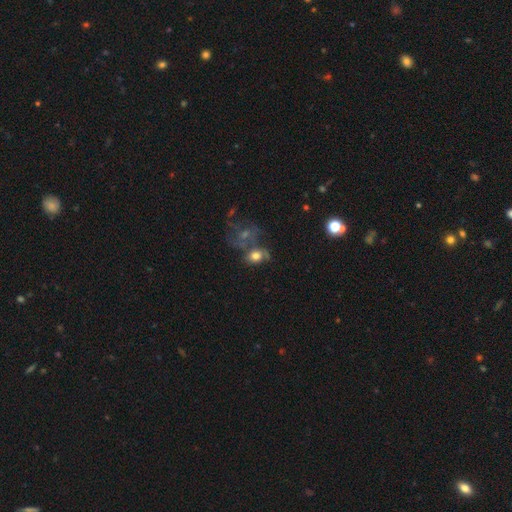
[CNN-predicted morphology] Smooth or featured?
  - smooth: 65% *
  - featured or disk: 22%
  - star or artifact: 13%
How rounded?
  - in between: 56% *
  - round: 42%
  - cigar-shaped: 2%
Merging?
  - none: 35% *
  - merger: 30%
  - minor disturbance: 18%
  - major disturbance: 18%